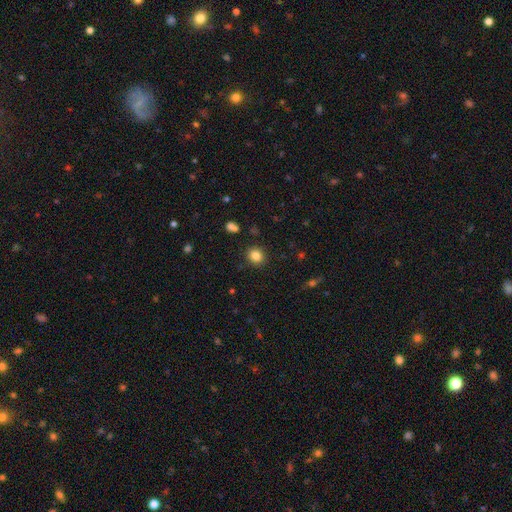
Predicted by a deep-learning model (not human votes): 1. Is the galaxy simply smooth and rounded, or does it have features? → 84% smooth, 11% star or artifact, 5% featured or disk.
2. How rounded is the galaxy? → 75% round, 24% in between, 1% cigar-shaped.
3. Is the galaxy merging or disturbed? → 89% none, 7% minor disturbance, 2% major disturbance, 1% merger.